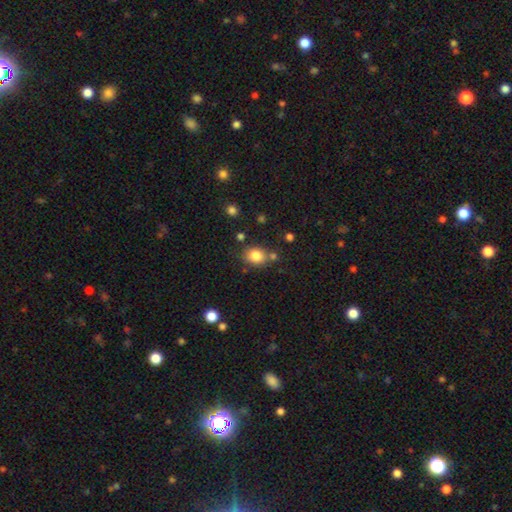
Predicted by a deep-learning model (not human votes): Smooth or featured? smooth (82%)
How rounded? round (66%)
Merging? none (71%)